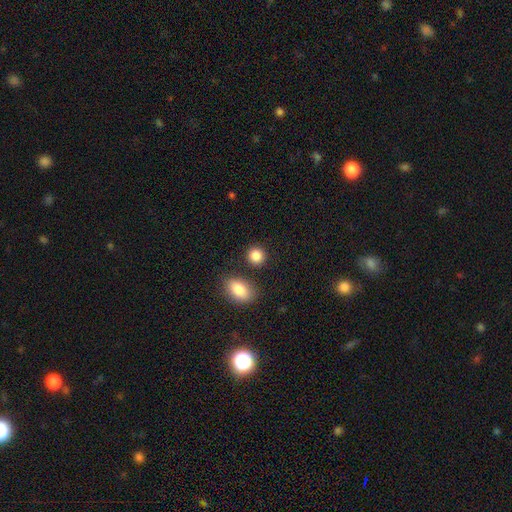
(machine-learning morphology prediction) This appears to be a smooth galaxy with no disk features (86%) that is round (82%). Merging: none (84%).